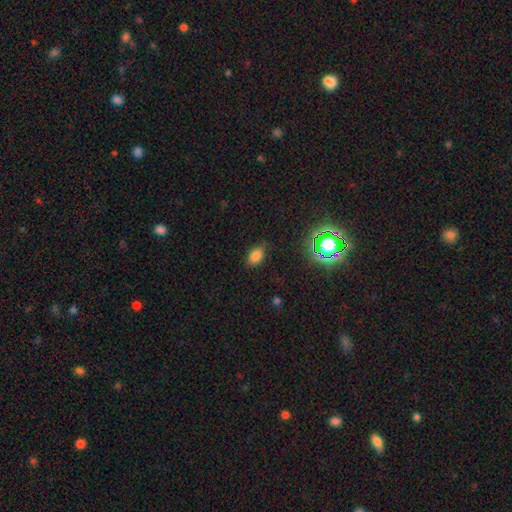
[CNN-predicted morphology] Smooth or featured? Predicted: smooth (p=0.78). How rounded? Predicted: in between (p=0.86). Merging? Predicted: none (p=0.82).